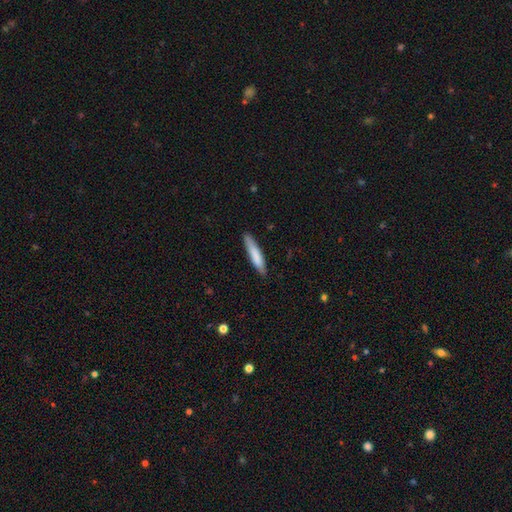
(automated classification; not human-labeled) Morphology: type=smooth (79%); roundness=cigar-shaped (88%); merging=none (84%).